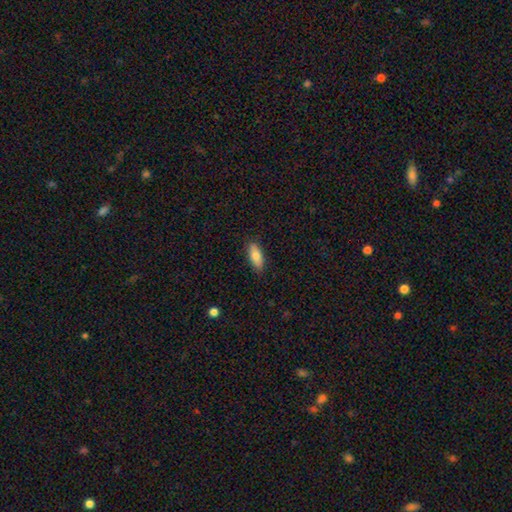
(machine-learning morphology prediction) Overall: smooth (79%). How rounded: in between (74%). Merging: none (86%).